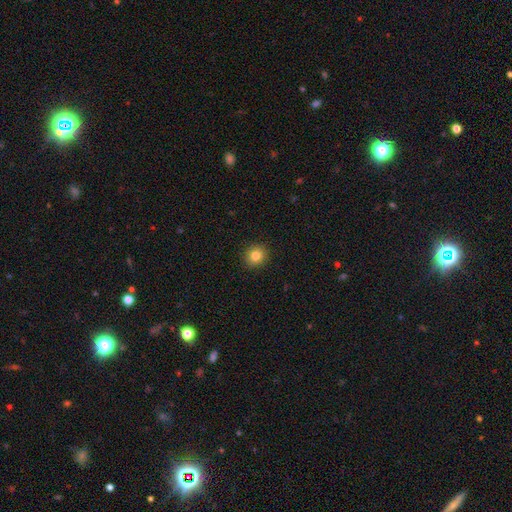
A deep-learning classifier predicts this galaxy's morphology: This appears to be a smooth galaxy with no disk features (83%) that is round (88%). Merging: none (92%).